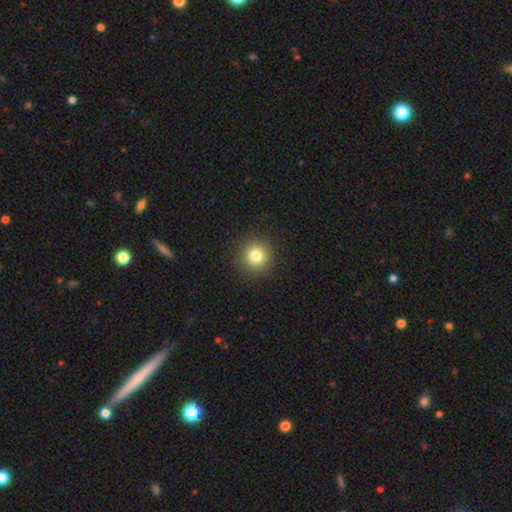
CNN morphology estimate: Smooth or featured?
  - smooth: 81% *
  - star or artifact: 13%
  - featured or disk: 7%
How rounded?
  - round: 94% *
  - in between: 5%
  - cigar-shaped: 1%
Merging?
  - none: 91% *
  - minor disturbance: 6%
  - major disturbance: 2%
  - merger: 1%